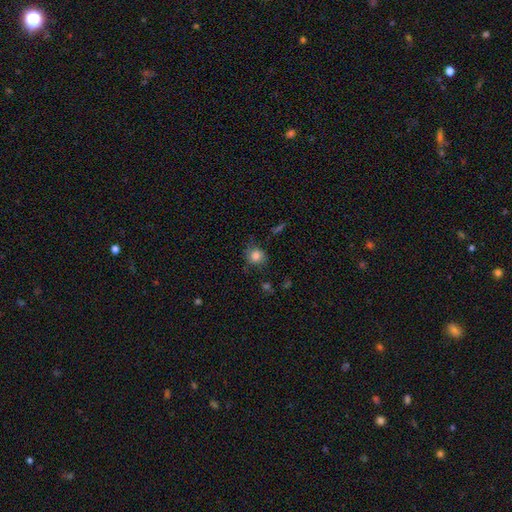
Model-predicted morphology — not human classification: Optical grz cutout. It shows a smooth galaxy with no disk features (83%) that is round (84%). Merging: none (72%).